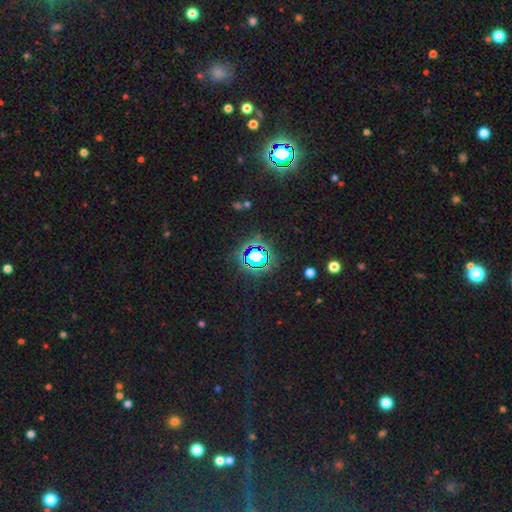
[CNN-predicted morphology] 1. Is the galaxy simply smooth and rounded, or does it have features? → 73% star or artifact, 16% smooth, 11% featured or disk.